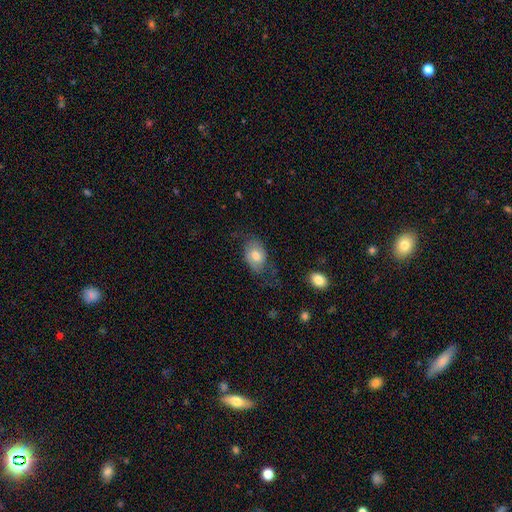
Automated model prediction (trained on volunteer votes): Smooth or featured? Predicted: smooth (p=0.65). How rounded? Predicted: in between (p=0.82). Merging? Predicted: none (p=0.54).